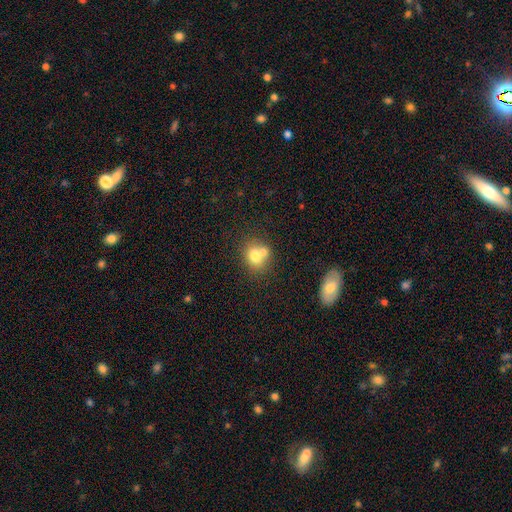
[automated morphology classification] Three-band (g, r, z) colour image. It shows a smooth galaxy with no disk features (74%) that is round (61%). Merging: none (43%, tied with merger).